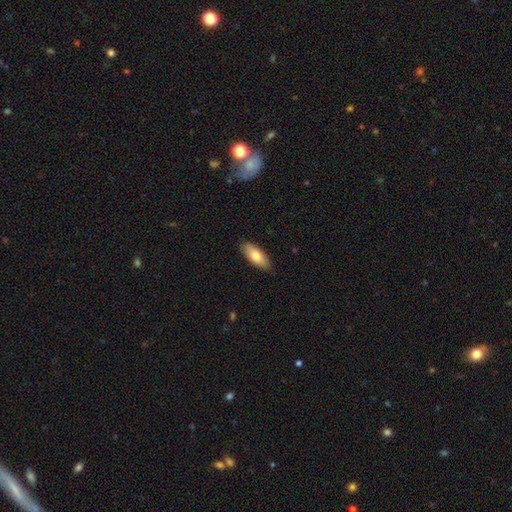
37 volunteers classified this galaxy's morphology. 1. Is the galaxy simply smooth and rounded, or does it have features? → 86% smooth, 11% featured or disk, 3% star or artifact.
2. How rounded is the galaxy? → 94% in between, 6% cigar-shaped, 0% round.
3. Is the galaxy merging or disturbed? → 81% none, 19% minor disturbance, 0% major disturbance, 0% merger.